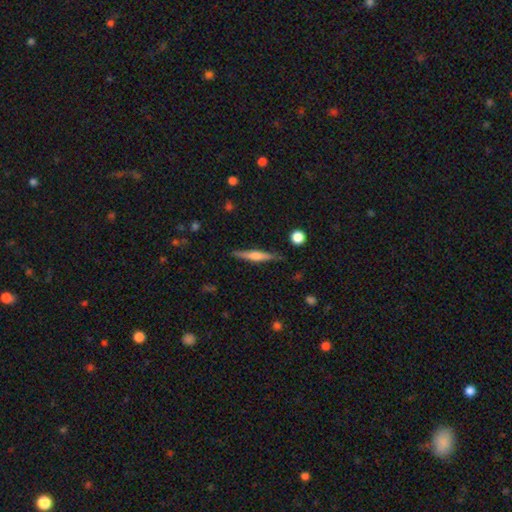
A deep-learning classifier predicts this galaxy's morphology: This appears to be a featured or disk galaxy (54%) viewed edge-on (97%) with a rounded central bulge (68%). Merging: none (86%).